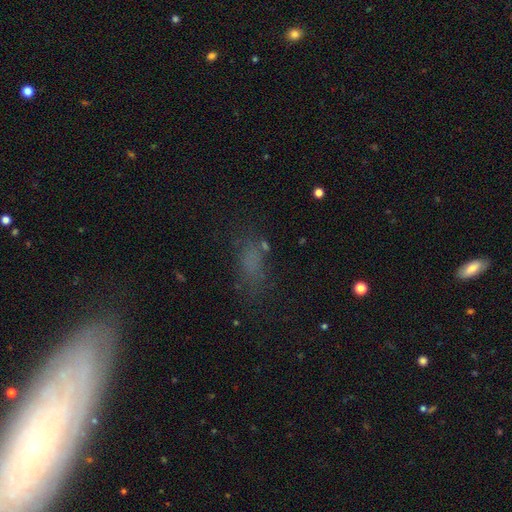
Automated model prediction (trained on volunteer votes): This is likely a smooth galaxy (61%). How rounded: likely in between (74%). Merging: possibly none (57%).